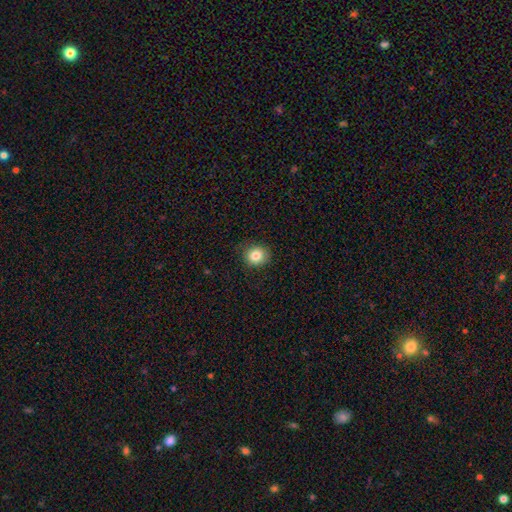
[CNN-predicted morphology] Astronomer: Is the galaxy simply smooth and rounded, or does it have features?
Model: smooth — 83%.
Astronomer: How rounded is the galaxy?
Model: round — 83%.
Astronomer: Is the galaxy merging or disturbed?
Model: none — 85%.